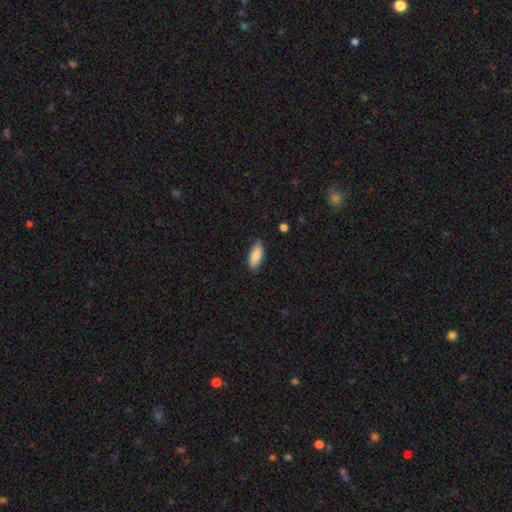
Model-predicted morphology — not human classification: A smooth galaxy with no disk features (88%) that is in between round and cigar-shaped (82%).

Vote fractions:
- Smooth or featured? smooth: 88% / featured or disk: 6% / star or artifact: 6%
- How rounded? in between: 82% / cigar-shaped: 16% / round: 2%
- Merging? none: 85% / minor disturbance: 12% / major disturbance: 2% / merger: 1%